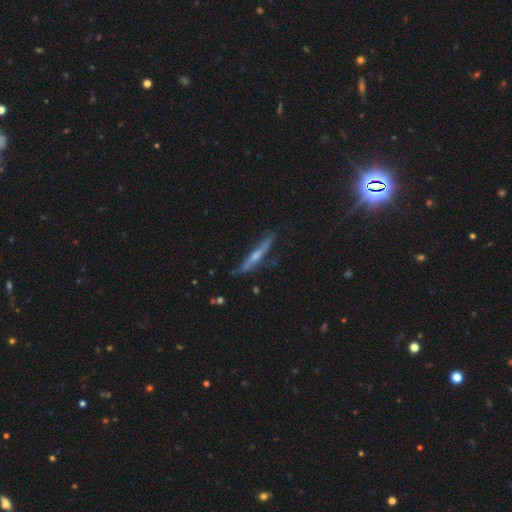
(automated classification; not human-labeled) smooth_or_featured: featured or disk (p=0.66) [alt: smooth p=0.26]
disk_edge_on: yes (p=0.91) [alt: no p=0.09]
edge_on_bulge: rounded (p=0.70) [alt: none p=0.23]
merging: none (p=0.70) [alt: minor disturbance p=0.22]